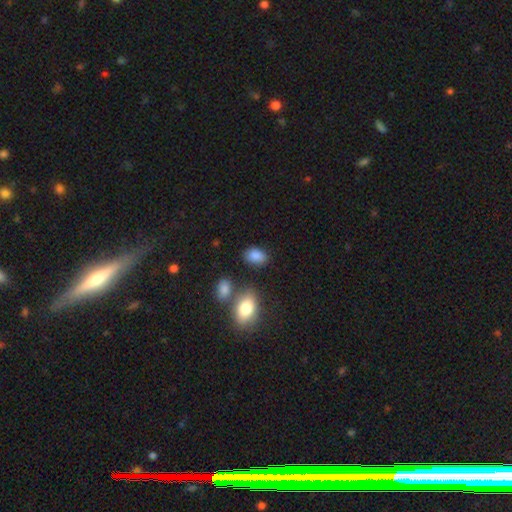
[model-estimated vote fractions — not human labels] Smooth or featured?
  - smooth: 86% *
  - star or artifact: 8%
  - featured or disk: 5%
How rounded?
  - in between: 87% *
  - round: 12%
  - cigar-shaped: 2%
Merging?
  - none: 76% *
  - minor disturbance: 14%
  - merger: 5%
  - major disturbance: 4%